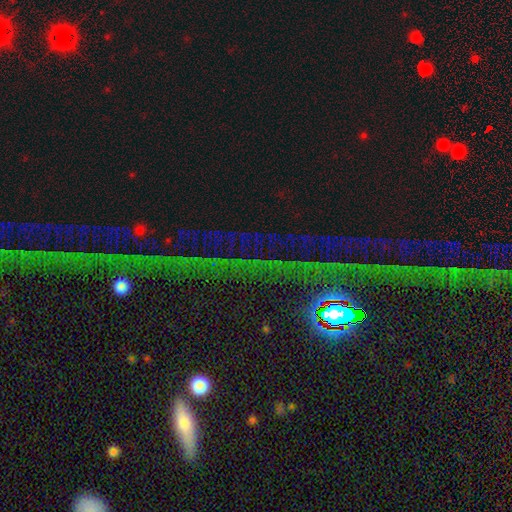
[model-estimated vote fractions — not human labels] Smooth or featured?
  - star or artifact: 83% *
  - featured or disk: 9%
  - smooth: 9%